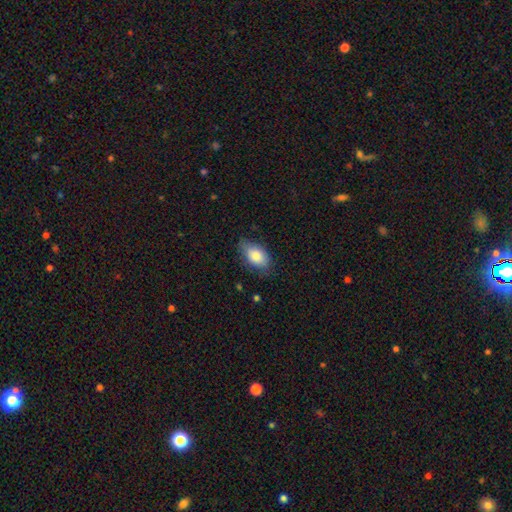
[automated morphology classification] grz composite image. It shows a smooth galaxy with no disk features (83%) that is in between round and cigar-shaped (92%). Merging: none (68%).